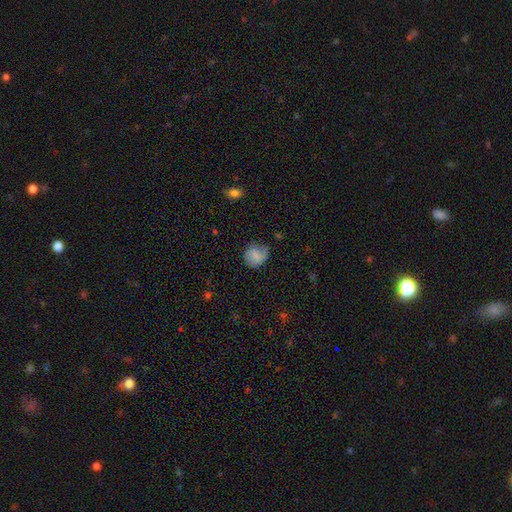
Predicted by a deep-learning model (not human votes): A smooth galaxy with no disk features (74%) that is round (73%). Merging: none (60%).